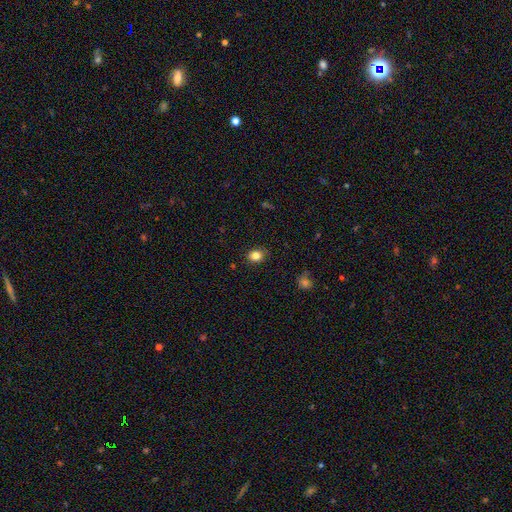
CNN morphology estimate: Q: Smooth or featured?
A: smooth (83%); runner-up: star or artifact (11%)
Q: How rounded?
A: round (56%); runner-up: in between (43%)
Q: Merging?
A: none (87%); runner-up: minor disturbance (10%)